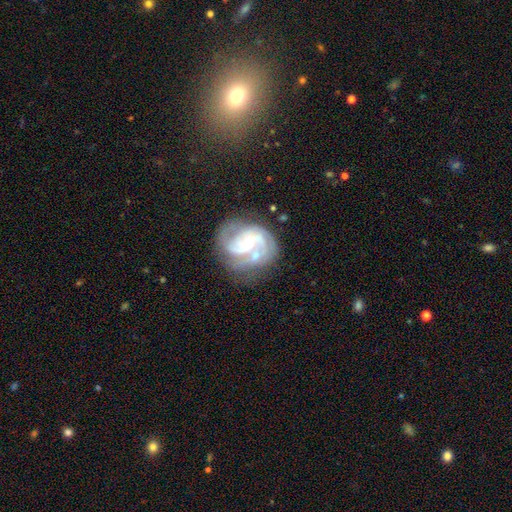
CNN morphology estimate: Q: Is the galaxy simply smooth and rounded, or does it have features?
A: featured or disk — 85%.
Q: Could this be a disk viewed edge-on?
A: no — 98%.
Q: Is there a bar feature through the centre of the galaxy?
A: no — 60%.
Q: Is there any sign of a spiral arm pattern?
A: yes — 94%.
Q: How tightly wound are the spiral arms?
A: medium — 44%.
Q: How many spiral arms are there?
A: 2 — 49%.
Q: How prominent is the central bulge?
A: moderate — 59%.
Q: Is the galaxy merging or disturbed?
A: none — 55%.